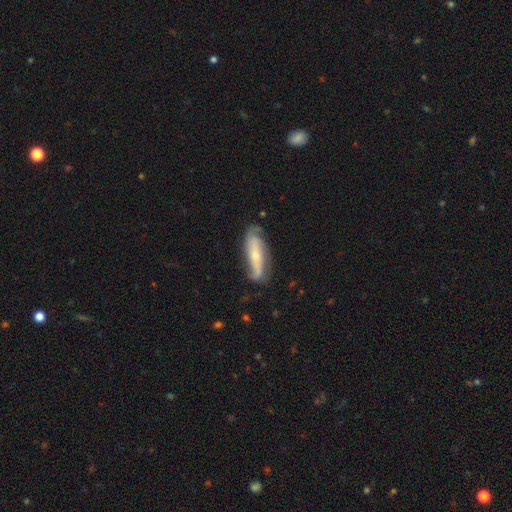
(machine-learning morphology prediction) Smooth or featured?
  - featured or disk: 73% *
  - smooth: 21%
  - star or artifact: 6%
Edge-on disk?
  - no: 80% *
  - yes: 20%
Bar?
  - no: 51% *
  - strong: 25%
  - weak: 24%
Spiral arms?
  - yes: 89% *
  - no: 11%
Spiral winding?
  - loose: 40% *
  - medium: 34%
  - tight: 25%
Spiral arm count?
  - 2: 74% *
  - can't tell: 14%
  - 3: 5%
  - 1: 4%
  - 4: 2%
  - more than 4: 2%
Bulge size?
  - small: 60% *
  - moderate: 35%
  - large: 2%
  - none: 1%
  - dominant: 1%
Merging?
  - none: 67% *
  - minor disturbance: 23%
  - major disturbance: 8%
  - merger: 2%